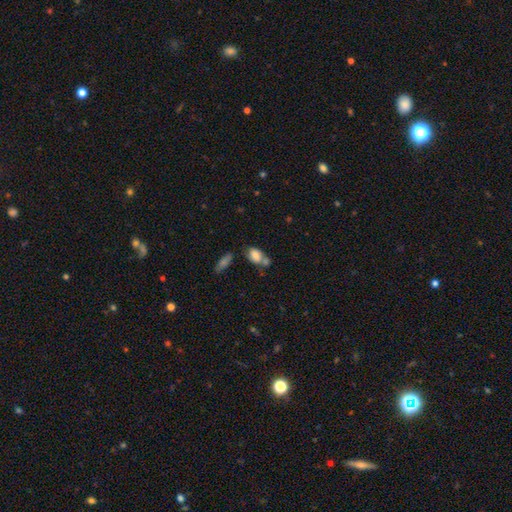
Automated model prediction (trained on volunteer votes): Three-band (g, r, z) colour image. It shows a smooth galaxy with no disk features (78%) that is in between round and cigar-shaped (87%). Merging: merger (40%).